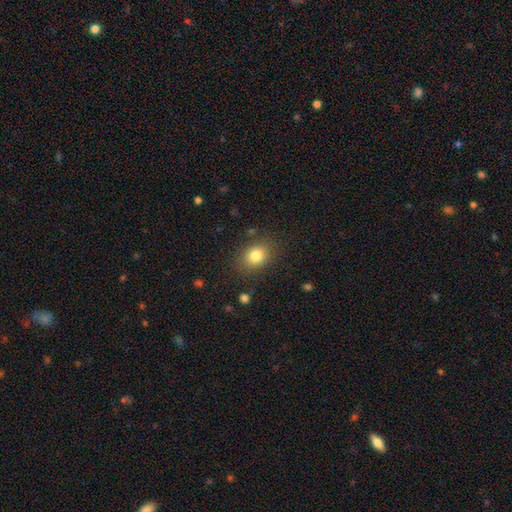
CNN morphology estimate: smooth_or_featured: smooth (p=0.81) [alt: star or artifact p=0.11]
how_rounded: in between (p=0.58) [alt: round p=0.41]
merging: none (p=0.83) [alt: minor disturbance p=0.11]